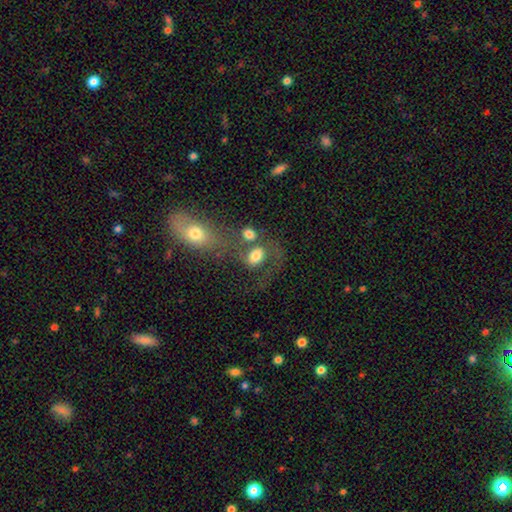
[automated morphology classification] Overall: smooth (65%). How rounded: in between (68%; round 31%). Merging: merger (37%; none 33%).